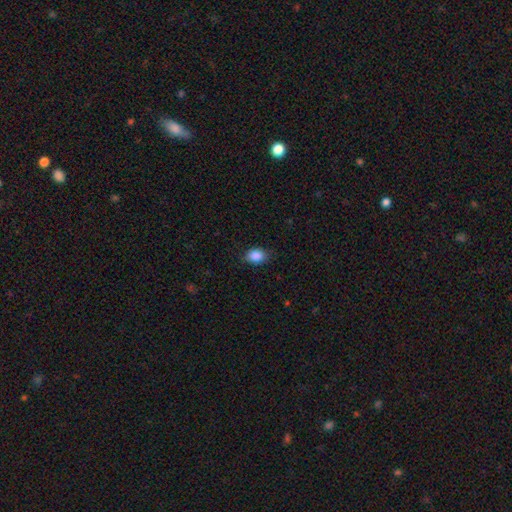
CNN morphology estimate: This is clearly a smooth galaxy (88%). How rounded: likely in between (74%). Merging: likely none (79%).